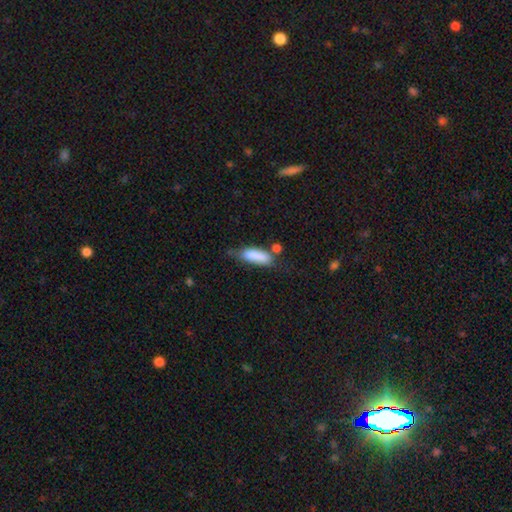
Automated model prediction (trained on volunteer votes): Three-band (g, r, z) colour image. It shows a smooth galaxy with no disk features (83%) that is in between round and cigar-shaped (58%). Merging: none (47%).